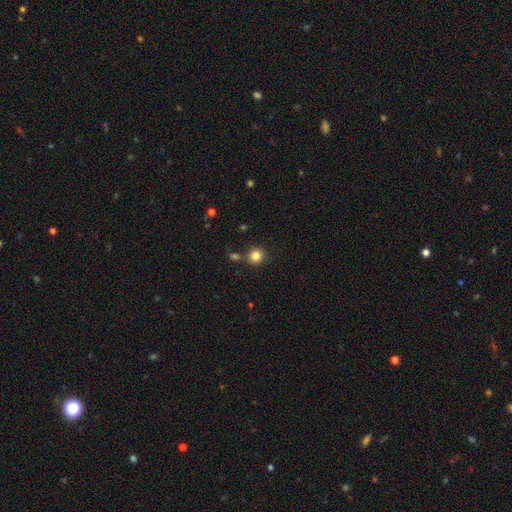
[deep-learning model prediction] Smooth or featured: smooth — 84% (star or artifact — 11%)
How rounded: round — 91% (in between — 8%)
Merging: none — 79% (merger — 10%)